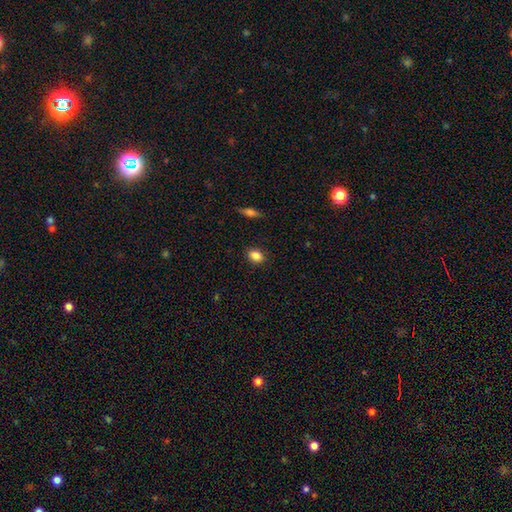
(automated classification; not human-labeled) Q: Smooth or featured?
A: smooth (86%); runner-up: star or artifact (9%)
Q: How rounded?
A: in between (68%); runner-up: round (30%)
Q: Merging?
A: none (87%); runner-up: minor disturbance (9%)